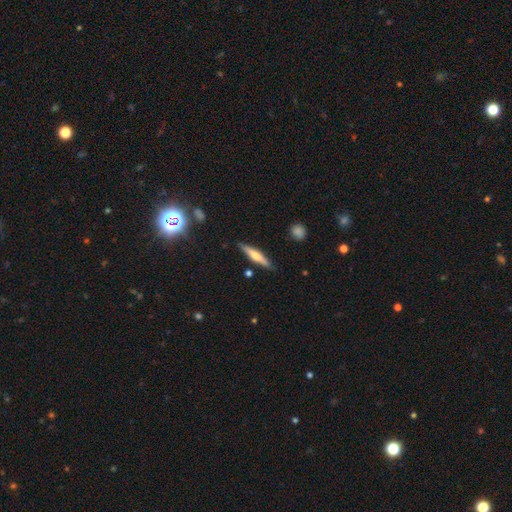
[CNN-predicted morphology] smooth_or_featured: smooth (p=0.48) [alt: featured or disk p=0.46]
merging: none (p=0.85) [alt: minor disturbance p=0.11]